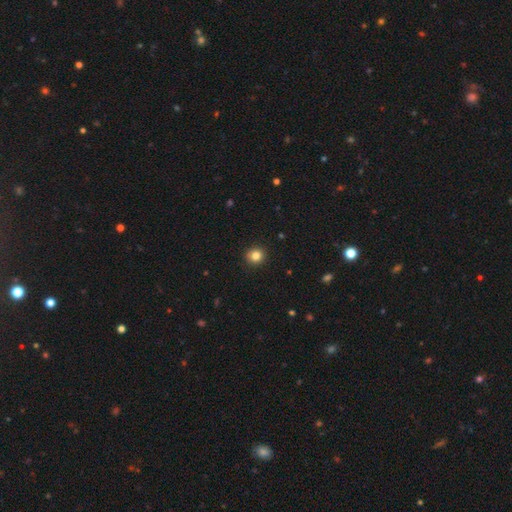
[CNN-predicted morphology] A smooth galaxy with no disk features (84%) that is round (89%). Merging: none (92%).